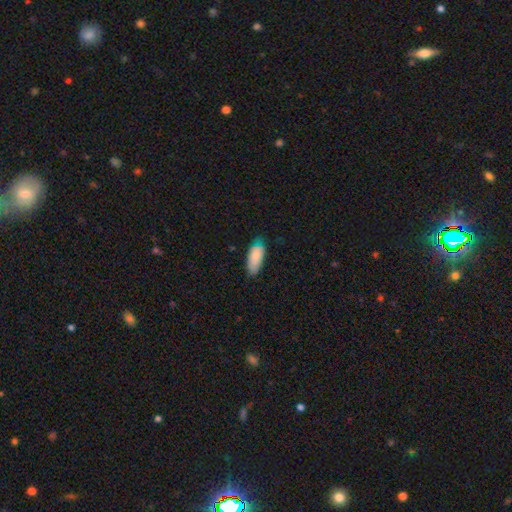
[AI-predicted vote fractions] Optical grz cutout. It shows a smooth galaxy with no disk features (83%) that is in between round and cigar-shaped (86%). Merging: none (64%).